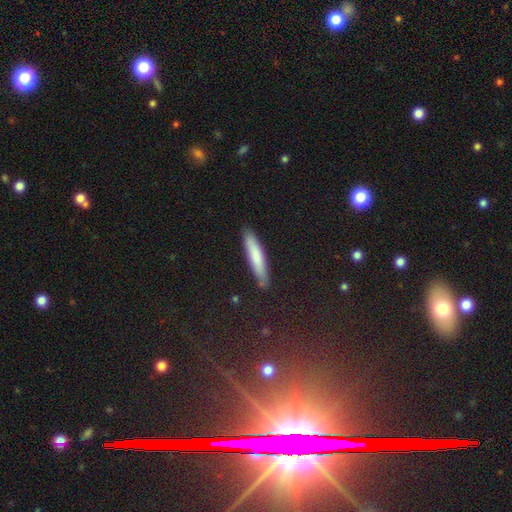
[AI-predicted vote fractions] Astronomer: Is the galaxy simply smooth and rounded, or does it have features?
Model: smooth — 74%.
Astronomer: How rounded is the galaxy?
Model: cigar-shaped — 88%.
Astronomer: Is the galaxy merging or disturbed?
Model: none — 88%.